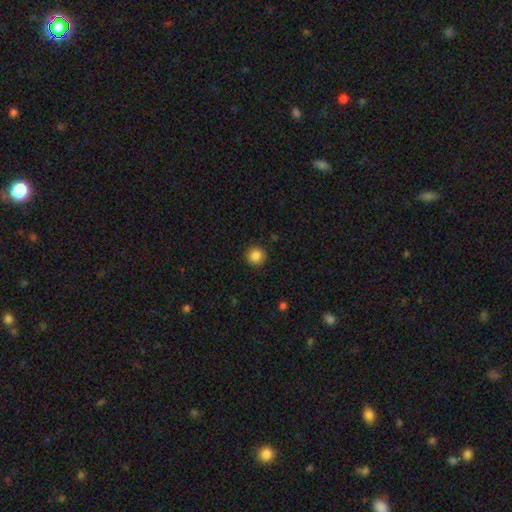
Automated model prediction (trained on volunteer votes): Smooth or featured?
  - smooth: 86% *
  - star or artifact: 10%
  - featured or disk: 4%
How rounded?
  - round: 92% *
  - in between: 7%
  - cigar-shaped: 1%
Merging?
  - none: 90% *
  - minor disturbance: 7%
  - major disturbance: 2%
  - merger: 1%